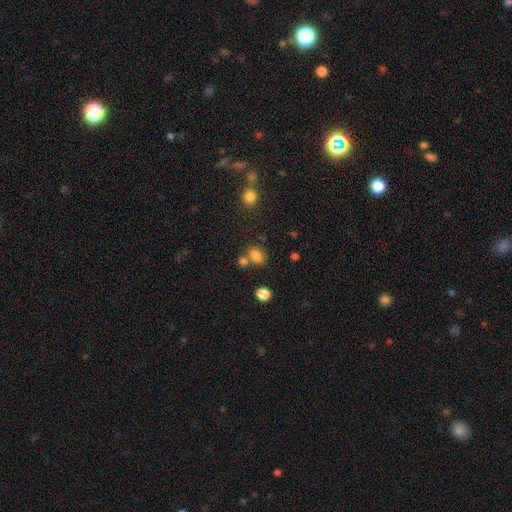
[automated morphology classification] Overall: smooth (81%). How rounded: in between (62%; round 37%). Merging: none (59%; merger 24%).